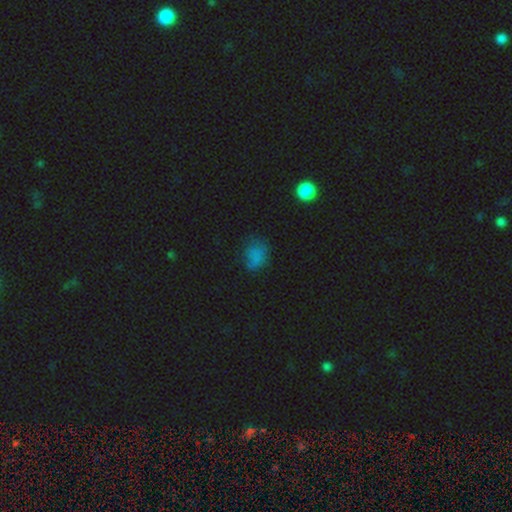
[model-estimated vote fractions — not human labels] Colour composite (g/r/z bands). It shows a smooth galaxy with no disk features (68%) that is in between round and cigar-shaped (62%). Merging: none (50%).